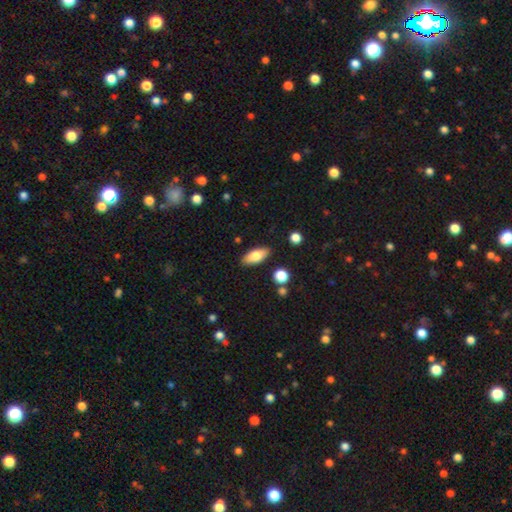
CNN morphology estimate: The model was most divided on "smooth or featured": smooth: 75%, featured or disk: 18%, star or artifact: 7%. More confident: merging — none (87%); how rounded — in between (82%).